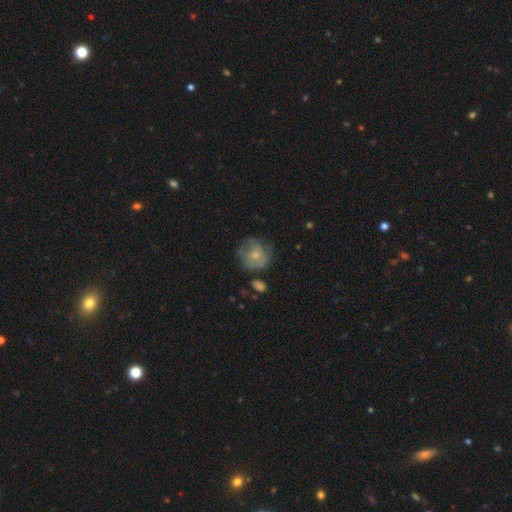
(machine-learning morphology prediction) type=smooth (52%); roundness=round (83%); merging=none (56%).